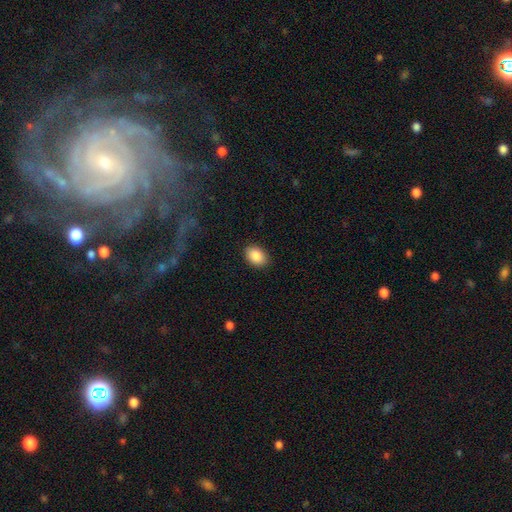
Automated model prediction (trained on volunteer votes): Morphology: type=smooth (89%); roundness=in between (80%); merging=none (88%).